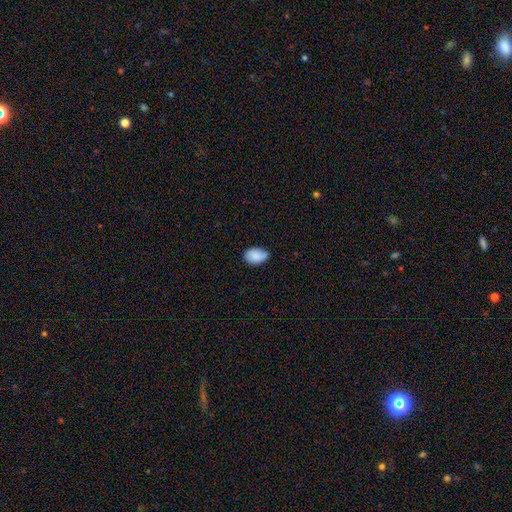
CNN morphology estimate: Smooth or featured? Predicted: smooth (p=0.88). How rounded? Predicted: in between (p=0.86). Merging? Predicted: none (p=0.69).